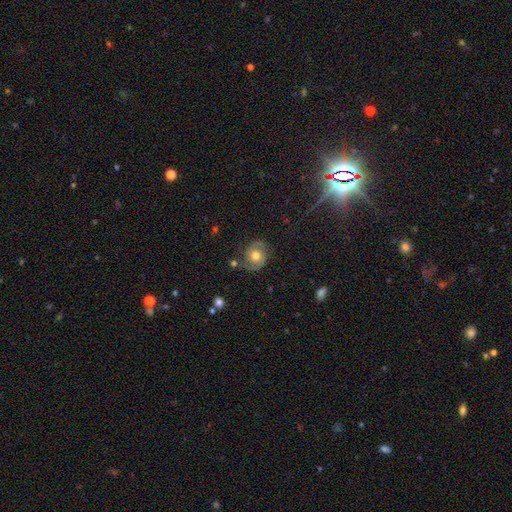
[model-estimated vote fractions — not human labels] Q: Smooth or featured?
A: featured or disk (68%); runner-up: smooth (23%)
Q: Edge-on disk?
A: no (97%); runner-up: yes (3%)
Q: Bar?
A: no (76%); runner-up: weak (20%)
Q: Spiral arms?
A: yes (89%); runner-up: no (11%)
Q: Spiral winding?
A: medium (46%); runner-up: tight (37%)
Q: Spiral arm count?
A: 2 (88%); runner-up: can't tell (6%)
Q: Bulge size?
A: moderate (74%); runner-up: large (13%)
Q: Merging?
A: none (72%); runner-up: minor disturbance (17%)